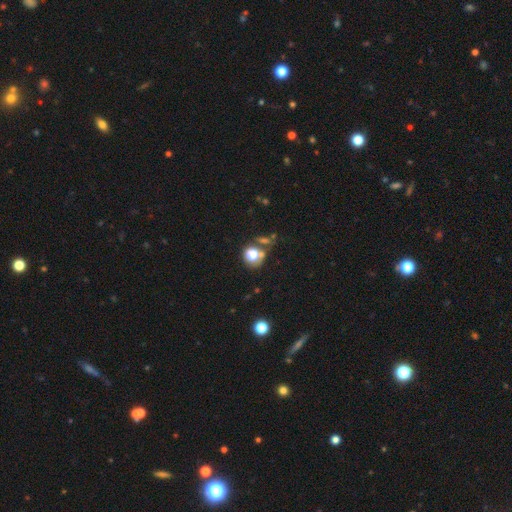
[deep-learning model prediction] A smooth galaxy with no disk features (72%) that is round (78%).

Vote fractions:
- Smooth or featured? smooth: 72% / featured or disk: 15% / star or artifact: 14%
- How rounded? round: 78% / in between: 20% / cigar-shaped: 1%
- Merging? none: 50% / merger: 26% / minor disturbance: 14% / major disturbance: 9%